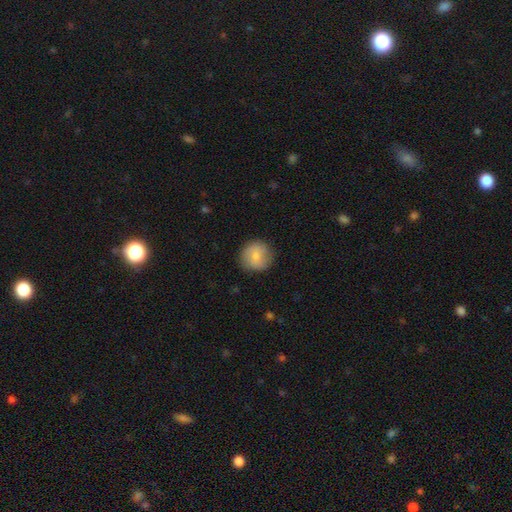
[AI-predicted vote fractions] Morphology: type=smooth (77%); roundness=round (93%); merging=none (85%).